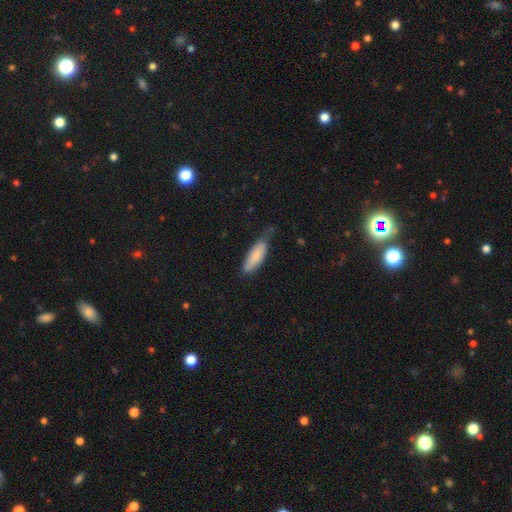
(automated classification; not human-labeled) smooth-or-featured: smooth: 80% | featured or disk: 15% | star or artifact: 6%
  how-rounded: in between: 63% | cigar-shaped: 35% | round: 2%
  merging: none: 43% (tied) | minor disturbance: 43% (tied) | major disturbance: 12% | merger: 3%